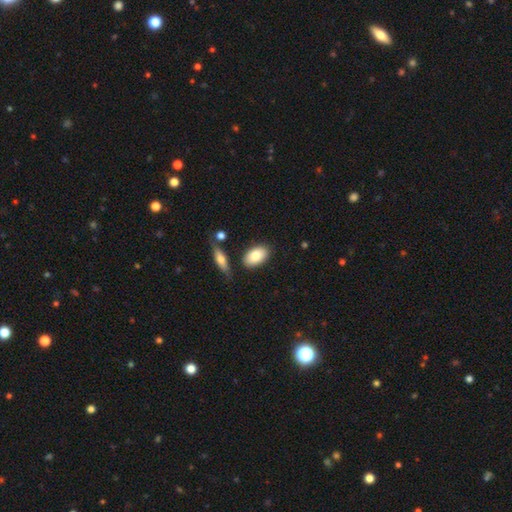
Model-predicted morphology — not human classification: Smooth or featured?
  - smooth: 84% *
  - featured or disk: 10%
  - star or artifact: 6%
How rounded?
  - in between: 93% *
  - round: 5%
  - cigar-shaped: 2%
Merging?
  - none: 79% *
  - minor disturbance: 12%
  - merger: 6%
  - major disturbance: 3%